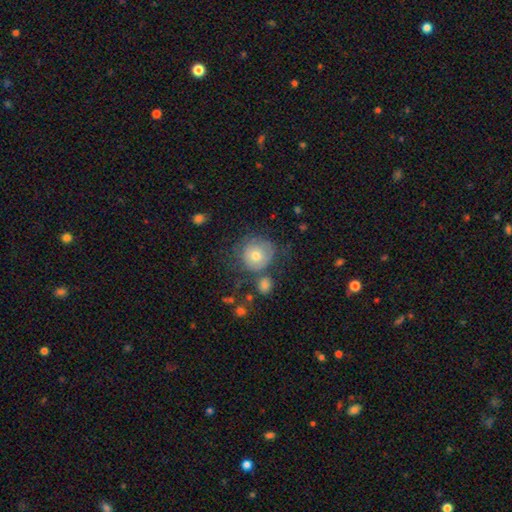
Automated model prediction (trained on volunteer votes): Smooth or featured? Predicted: smooth (p=0.65). How rounded? Predicted: round (p=0.89). Merging? Predicted: none (p=0.57).